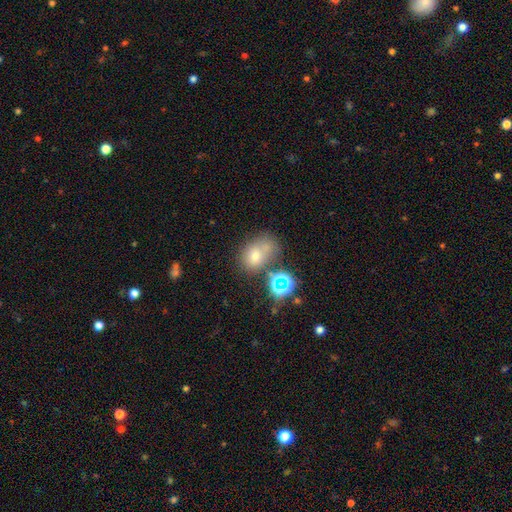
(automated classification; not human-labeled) smooth_or_featured: smooth (p=0.61) [alt: star or artifact p=0.22]
how_rounded: in between (p=0.60) [alt: round p=0.38]
merging: none (p=0.48) [alt: merger p=0.23]